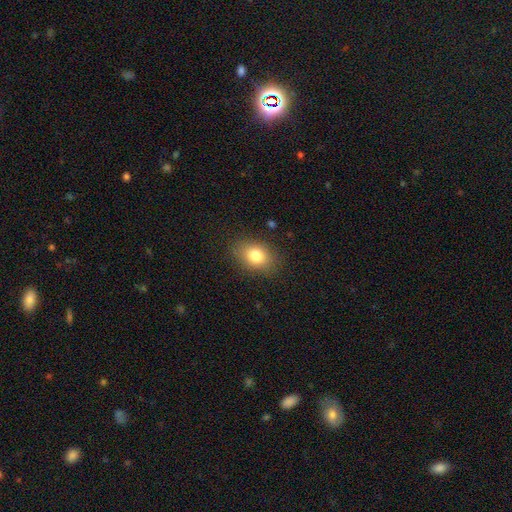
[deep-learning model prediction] Q: Smooth or featured?
A: smooth (80%); runner-up: featured or disk (10%)
Q: How rounded?
A: in between (71%); runner-up: round (28%)
Q: Merging?
A: none (84%); runner-up: minor disturbance (11%)